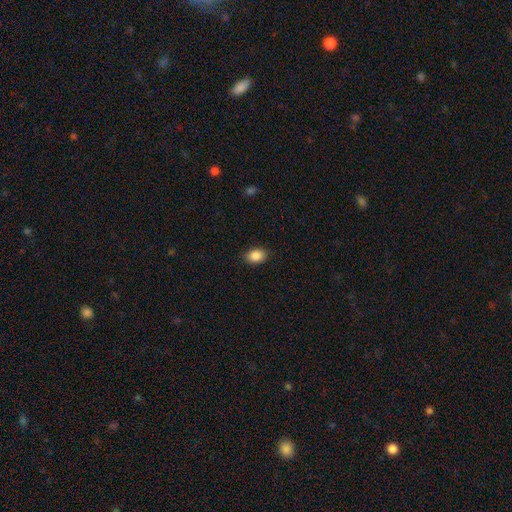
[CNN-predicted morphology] Q: Smooth or featured?
A: smooth (88%); runner-up: star or artifact (8%)
Q: How rounded?
A: in between (77%); runner-up: round (22%)
Q: Merging?
A: none (88%); runner-up: minor disturbance (9%)